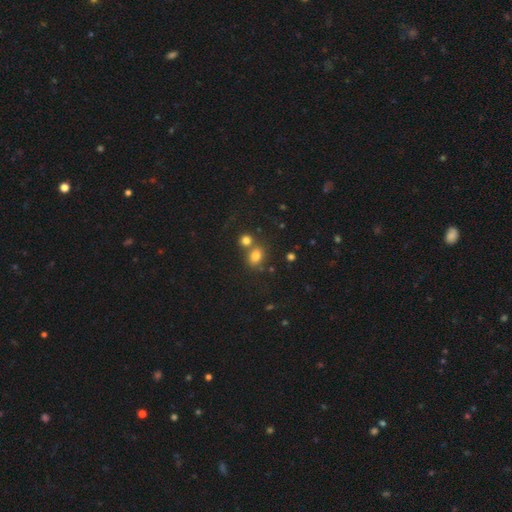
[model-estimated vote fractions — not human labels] A smooth galaxy with no disk features (77%) that is in between round and cigar-shaped (58%).

Vote fractions:
- Smooth or featured? smooth: 77% / star or artifact: 14% / featured or disk: 9%
- How rounded? in between: 58% / round: 40% / cigar-shaped: 2%
- Merging? none: 55% / merger: 30% / minor disturbance: 11% / major disturbance: 4%